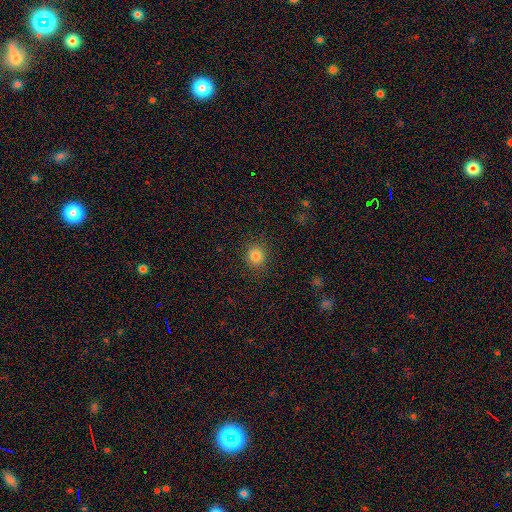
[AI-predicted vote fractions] smooth 82%, star or artifact 13%, featured or disk 6%. Down the decision tree: how rounded — round (87%); merging — none (88%).